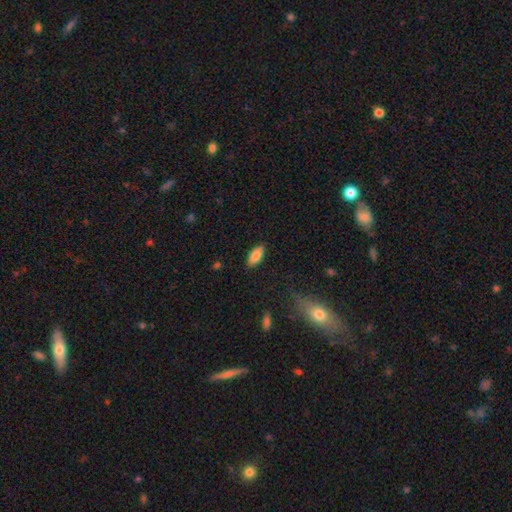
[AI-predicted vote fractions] smooth 86%, featured or disk 7%, star or artifact 7%. Down the decision tree: how rounded — in between (88%); merging — none (87%).